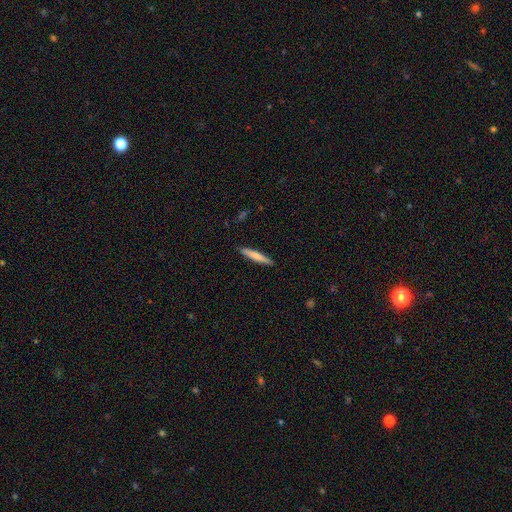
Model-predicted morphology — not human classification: Overall: smooth (69%). How rounded: cigar-shaped (93%). Merging: none (91%).